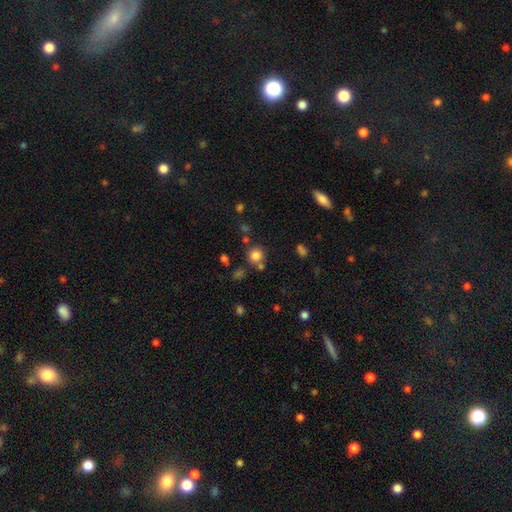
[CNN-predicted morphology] This is clearly a smooth galaxy (80%). How rounded: clearly round (90%). Merging: likely none (74%).